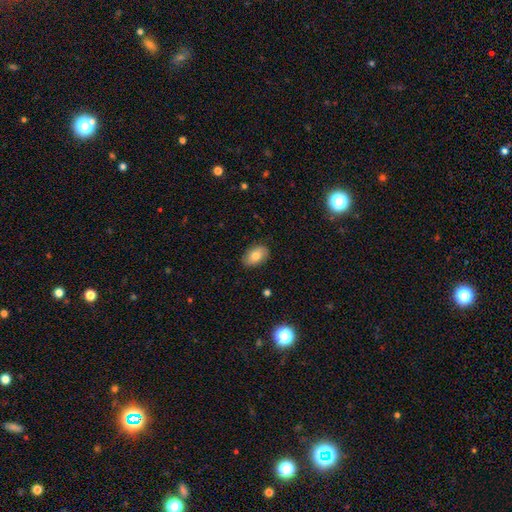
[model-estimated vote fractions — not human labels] A smooth galaxy with no disk features (79%) that is in between round and cigar-shaped (90%). Merging: none (86%).